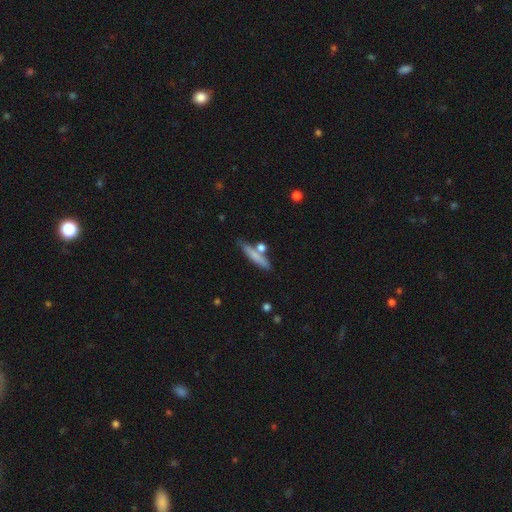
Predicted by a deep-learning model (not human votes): A smooth galaxy with no disk features (70%) that is cigar-shaped (86%).

Vote fractions:
- Smooth or featured? smooth: 70% / featured or disk: 23% / star or artifact: 7%
- How rounded? cigar-shaped: 86% / in between: 11% / round: 3%
- Merging? none: 70% / merger: 13% / minor disturbance: 13% / major disturbance: 3%